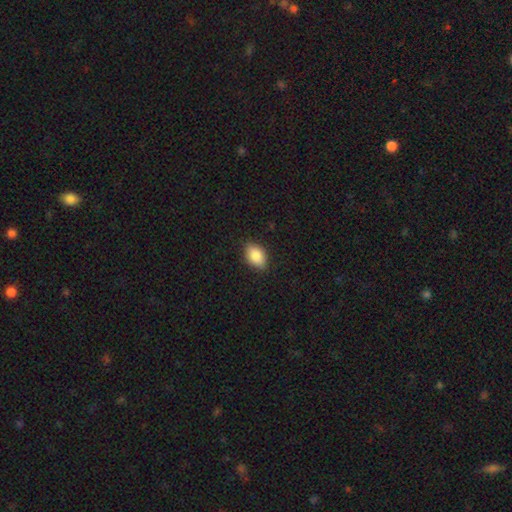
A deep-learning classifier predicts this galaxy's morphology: type=smooth (86%); roundness=in between (86%); merging=none (86%).